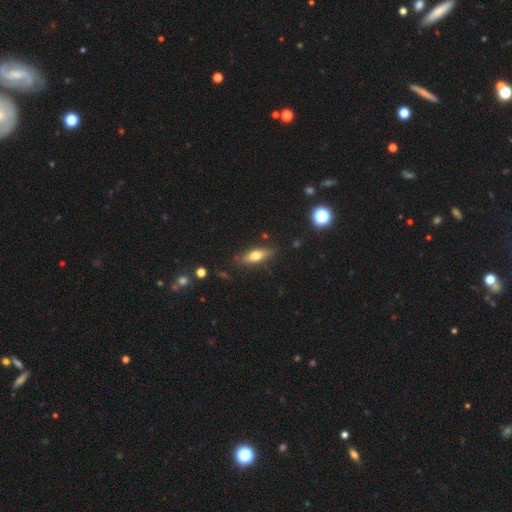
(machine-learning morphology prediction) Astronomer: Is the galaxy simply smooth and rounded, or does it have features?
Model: smooth — 63%.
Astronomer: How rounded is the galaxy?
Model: in between — 62%.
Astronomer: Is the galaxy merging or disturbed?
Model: none — 81%.